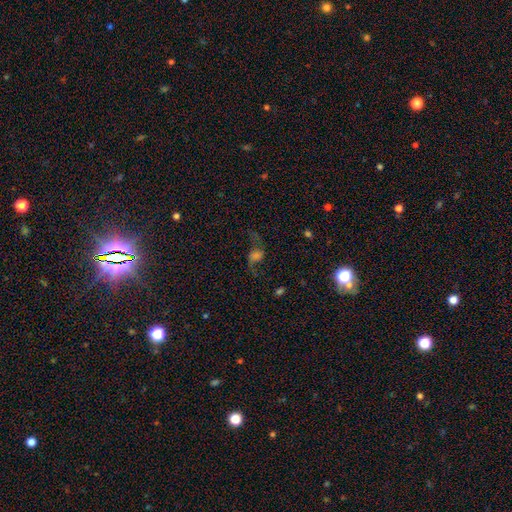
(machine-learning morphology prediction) type=featured or disk (60%); edge-on=no (95%); bar=no (61%); spiral arms=yes (90%); winding=loose (86%); arm count=2 (89%); bulge=moderate (27%); merging=none (60%).